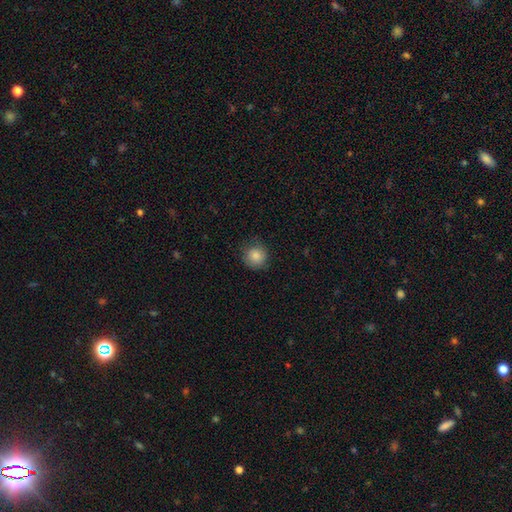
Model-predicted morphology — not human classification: Smooth or featured? Predicted: smooth (p=0.86). How rounded? Predicted: round (p=0.92). Merging? Predicted: none (p=0.79).